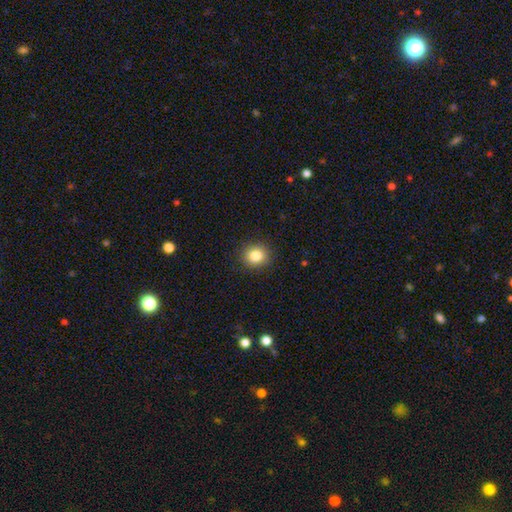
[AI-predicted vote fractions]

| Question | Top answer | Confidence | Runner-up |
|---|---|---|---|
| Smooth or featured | smooth | 83% | star or artifact (11%) |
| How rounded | round | 84% | in between (15%) |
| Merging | none | 90% | minor disturbance (7%) |